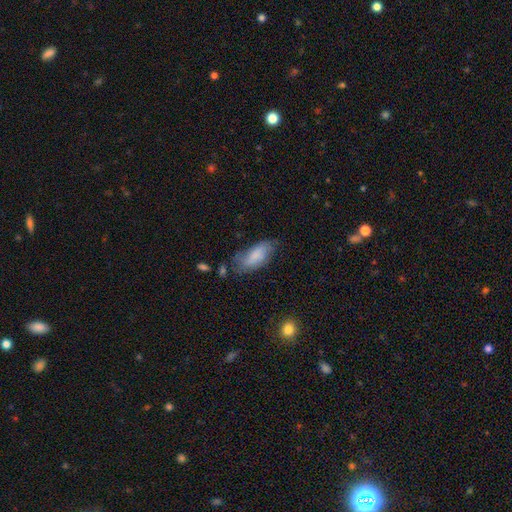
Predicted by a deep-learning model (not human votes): Smooth or featured: smooth — 75% (featured or disk — 18%)
How rounded: in between — 87% (cigar-shaped — 11%)
Merging: none — 55% (minor disturbance — 31%)